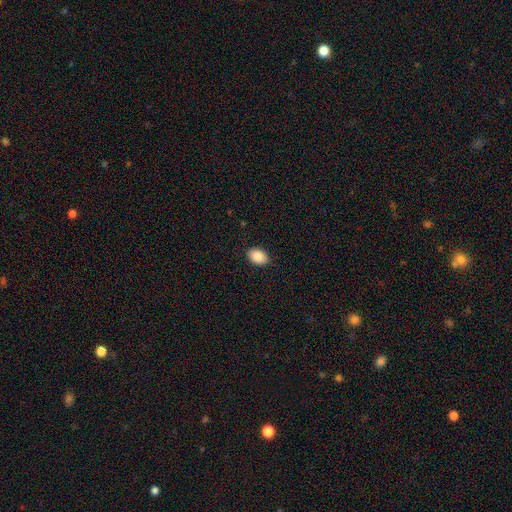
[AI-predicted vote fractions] This appears to be a smooth galaxy with no disk features (89%) that is in between round and cigar-shaped (76%). Merging: none (89%).